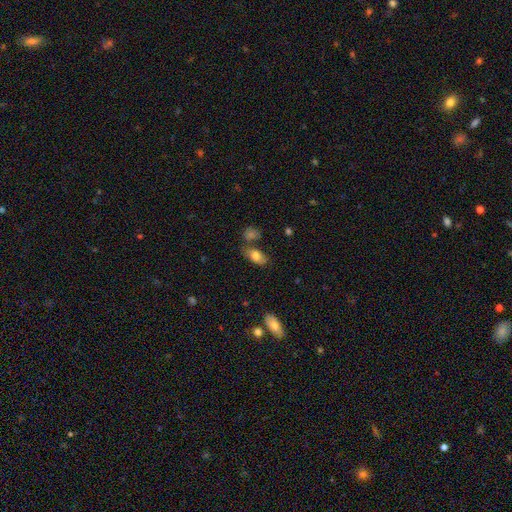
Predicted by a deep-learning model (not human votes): The model was most divided on "merging": none: 62%, minor disturbance: 17%, merger: 15%, major disturbance: 5%. More confident: how rounded — in between (90%); smooth or featured — smooth (79%).